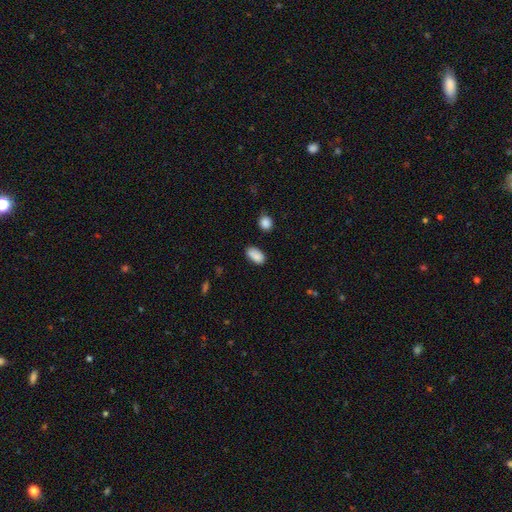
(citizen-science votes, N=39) This is likely a smooth galaxy (79%). How rounded: clearly in between (94%). Merging: possibly none (51%).